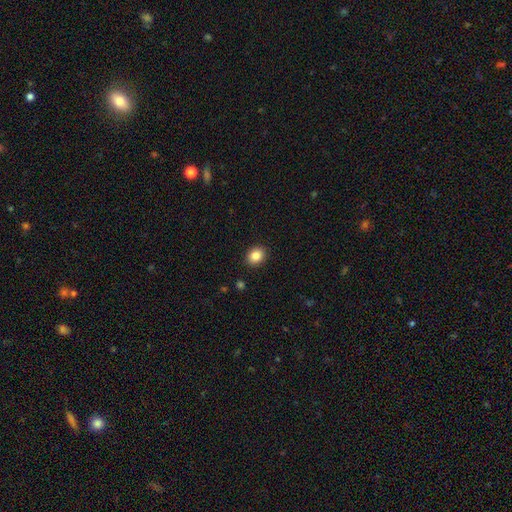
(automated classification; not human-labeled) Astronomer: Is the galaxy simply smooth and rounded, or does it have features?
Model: smooth — 86%.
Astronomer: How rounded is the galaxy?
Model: round — 53% (runner-up: in between, 46%).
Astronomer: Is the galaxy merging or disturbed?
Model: none — 91%.